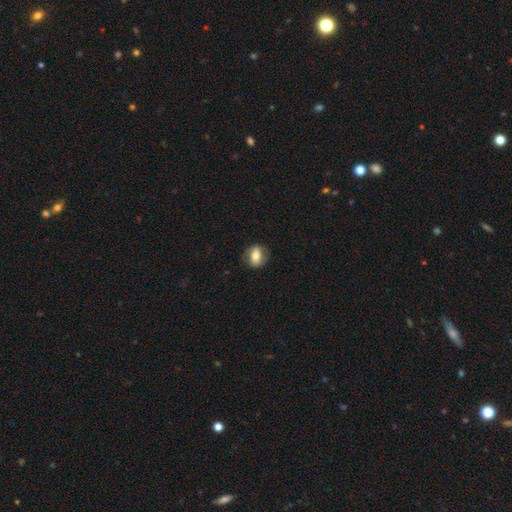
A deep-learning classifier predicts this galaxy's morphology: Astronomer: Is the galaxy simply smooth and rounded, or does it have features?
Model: smooth — 62%.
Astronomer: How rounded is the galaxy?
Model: in between — 62%.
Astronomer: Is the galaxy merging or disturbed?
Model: none — 81%.